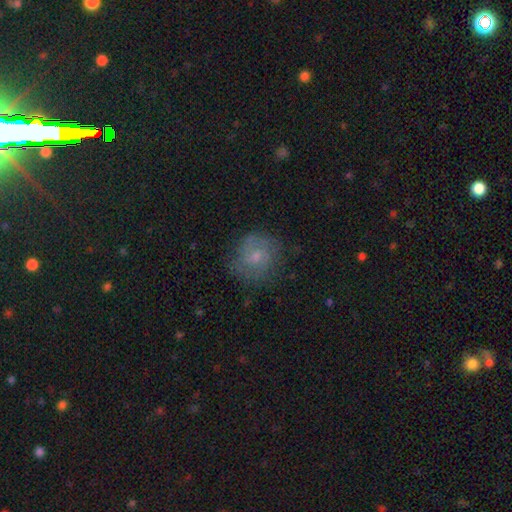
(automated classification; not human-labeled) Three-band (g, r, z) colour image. It shows a smooth galaxy with no disk features (48%). Merging: none (71%).